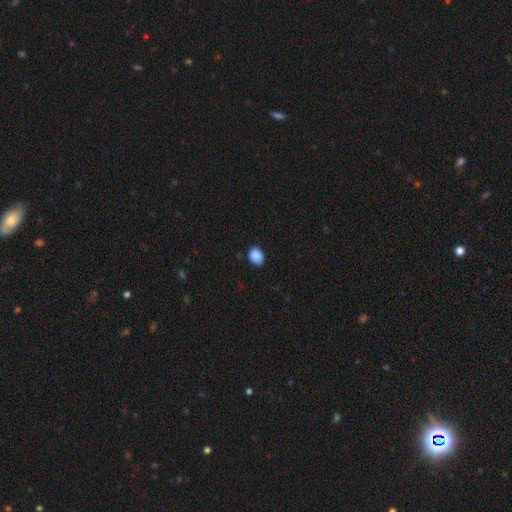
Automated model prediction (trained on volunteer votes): The model was most divided on "how rounded": in between: 65%, round: 34%, cigar-shaped: 1%. More confident: smooth or featured — smooth (88%); merging — none (78%).